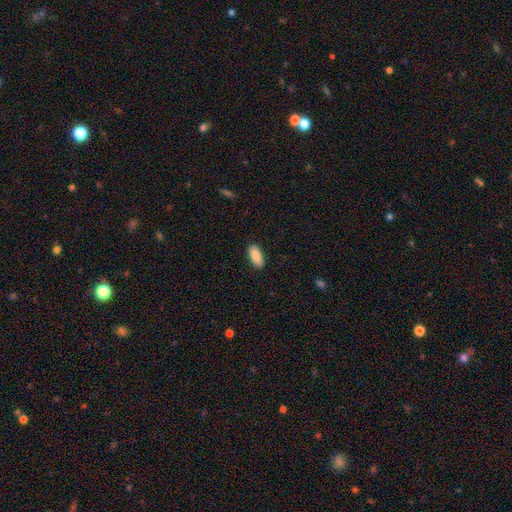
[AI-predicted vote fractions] Overall: smooth (90%). How rounded: in between (88%). Merging: none (90%).